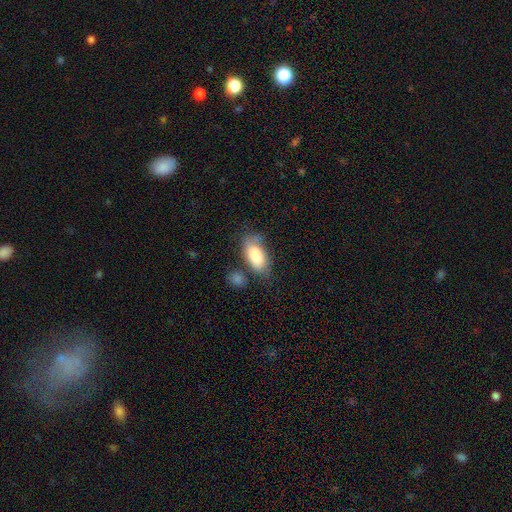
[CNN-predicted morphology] This appears to be a smooth galaxy with no disk features (81%) that is in between round and cigar-shaped (92%). Merging: none (54%).